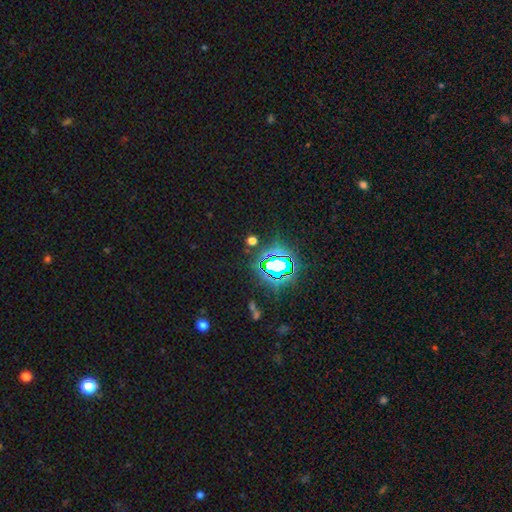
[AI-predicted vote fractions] Smooth or featured?
  - star or artifact: 82% *
  - smooth: 11%
  - featured or disk: 7%